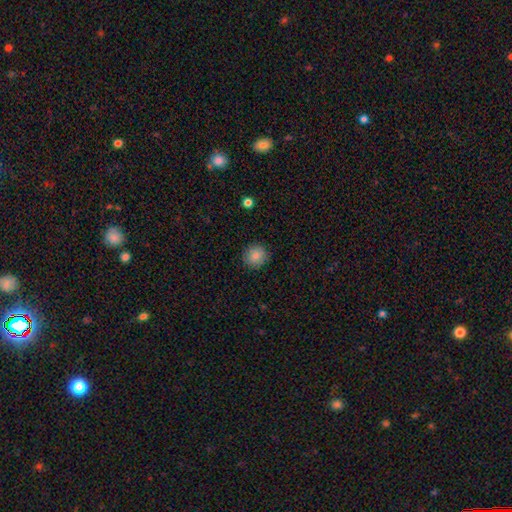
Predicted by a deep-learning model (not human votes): Smooth or featured: smooth — 86% (star or artifact — 9%)
How rounded: round — 90% (in between — 9%)
Merging: none — 89% (minor disturbance — 7%)